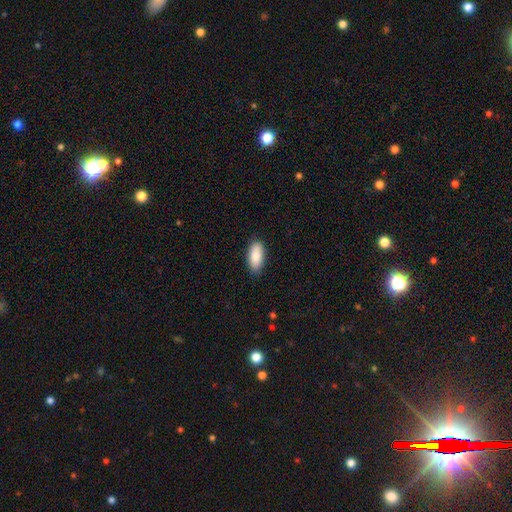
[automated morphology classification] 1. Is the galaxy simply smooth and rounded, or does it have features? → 89% smooth, 6% star or artifact, 6% featured or disk.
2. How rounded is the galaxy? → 88% in between, 10% cigar-shaped, 2% round.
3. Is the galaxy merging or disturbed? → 86% none, 11% minor disturbance, 2% major disturbance, 1% merger.